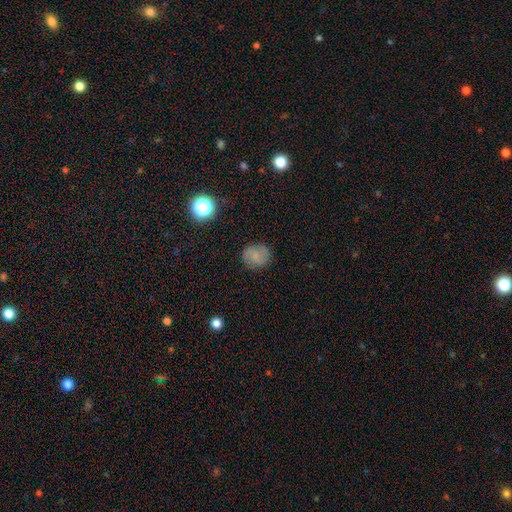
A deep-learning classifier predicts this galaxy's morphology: Overall: smooth (69%). How rounded: round (78%). Merging: none (83%).